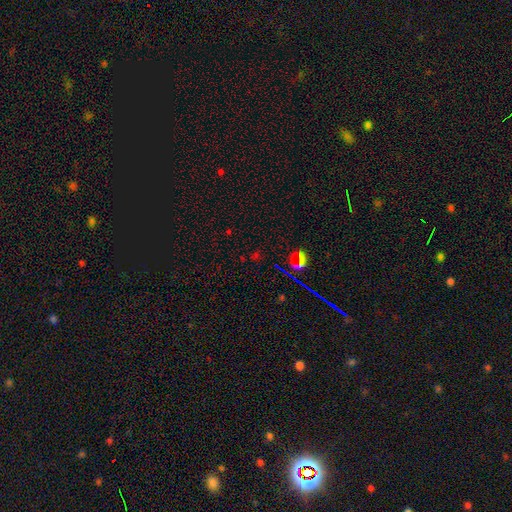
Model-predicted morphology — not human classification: smooth-or-featured: star or artifact: 69% | smooth: 22% | featured or disk: 9%